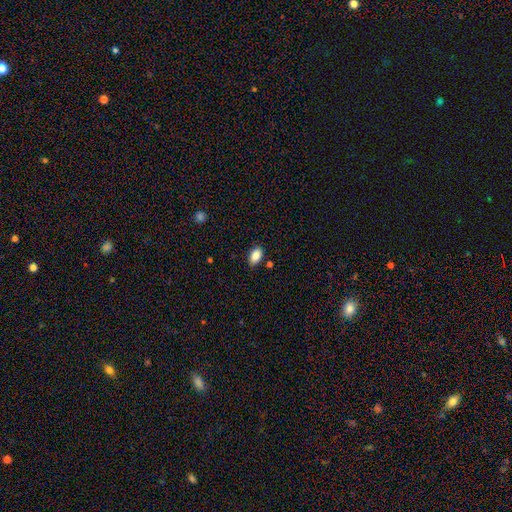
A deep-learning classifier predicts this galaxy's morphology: A smooth galaxy with no disk features (87%) that is in between round and cigar-shaped (90%). Merging: none (84%).